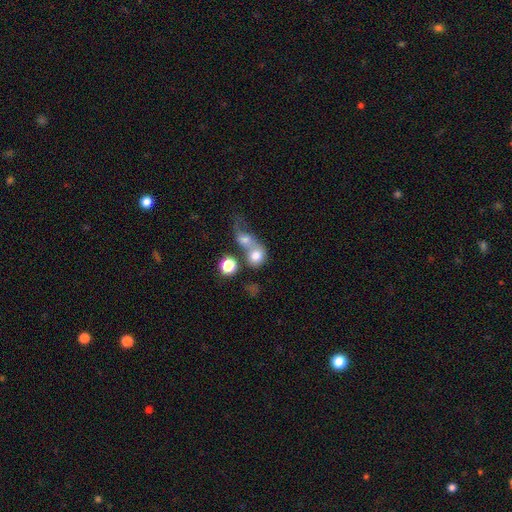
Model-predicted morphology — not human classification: Smooth or featured? Predicted: smooth (p=0.73). How rounded? Predicted: round (p=0.69). Merging? Predicted: merger (p=0.61).